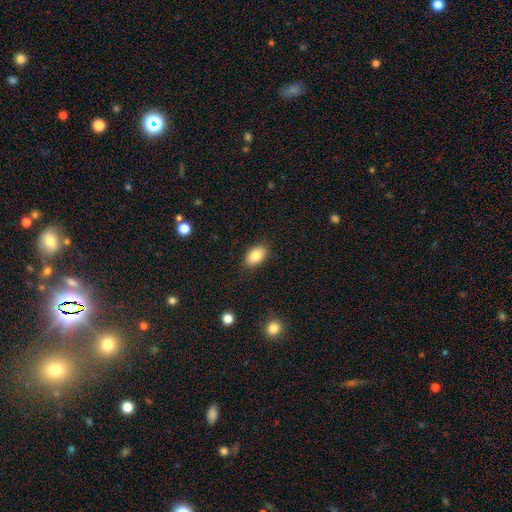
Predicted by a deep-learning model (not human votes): Smooth or featured: smooth — 84% (featured or disk — 8%)
How rounded: in between — 88% (round — 10%)
Merging: none — 86% (minor disturbance — 11%)